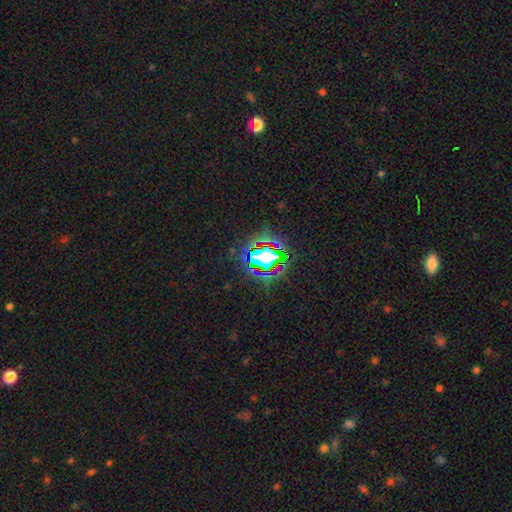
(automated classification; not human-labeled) Smooth or featured? star or artifact (75%)